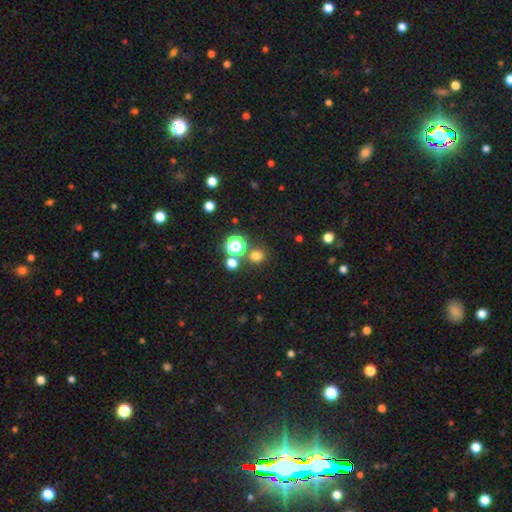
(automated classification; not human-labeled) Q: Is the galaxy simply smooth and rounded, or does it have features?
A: smooth — 70%.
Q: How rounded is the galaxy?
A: round — 88%.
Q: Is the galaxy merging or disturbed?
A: none — 80%.